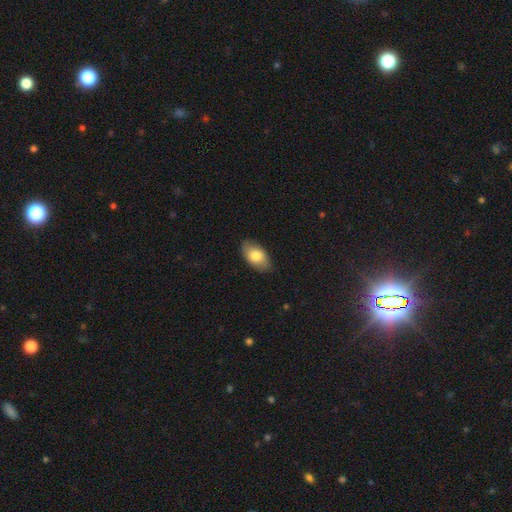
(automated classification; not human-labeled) Smooth or featured: smooth — 78% (featured or disk — 16%)
How rounded: in between — 93% (round — 5%)
Merging: none — 83% (minor disturbance — 13%)